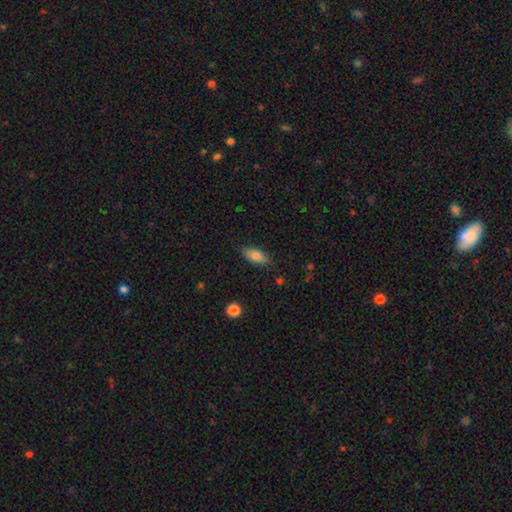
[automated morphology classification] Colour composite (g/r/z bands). It shows a smooth galaxy with no disk features (80%) that is in between round and cigar-shaped (83%). Merging: none (85%).